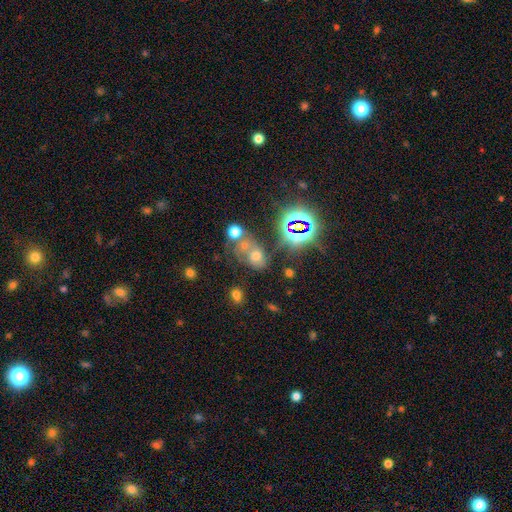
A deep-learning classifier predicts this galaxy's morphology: smooth_or_featured: smooth (p=0.45) [alt: star or artifact p=0.38]
merging: merger (p=0.40) [alt: none p=0.37]